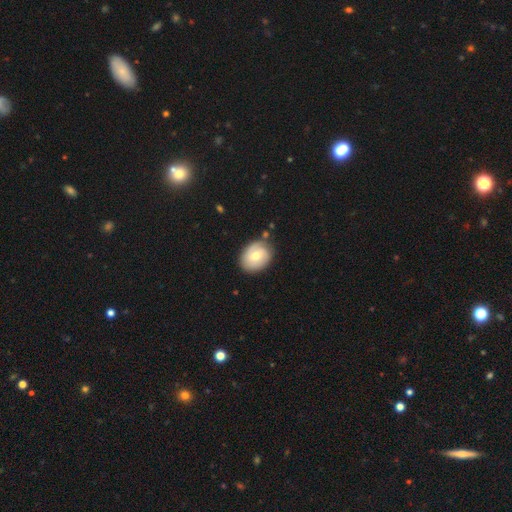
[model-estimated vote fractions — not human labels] This is possibly a smooth galaxy (56%). How rounded: possibly in between (52%). Merging: likely none (75%).